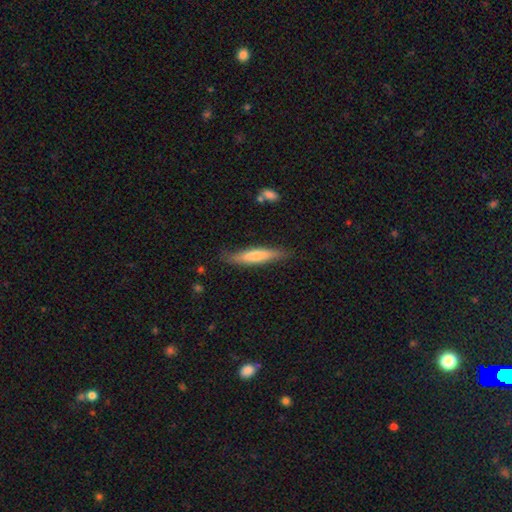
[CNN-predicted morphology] Overall: smooth (65%; featured or disk 29%). How rounded: cigar-shaped (85%). Merging: none (81%).